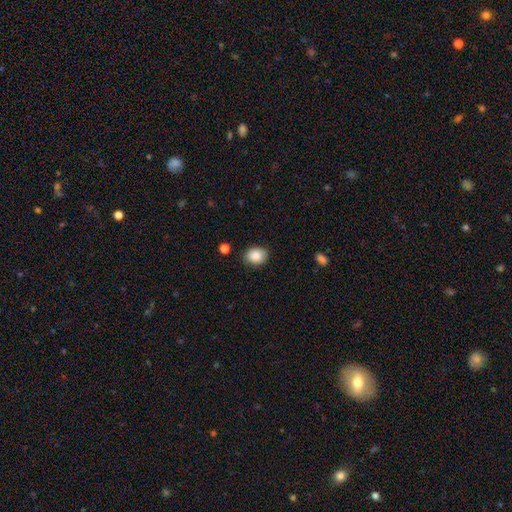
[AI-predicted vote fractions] Smooth or featured? Predicted: smooth (p=0.88). How rounded? Predicted: in between (p=0.56). Merging? Predicted: none (p=0.84).